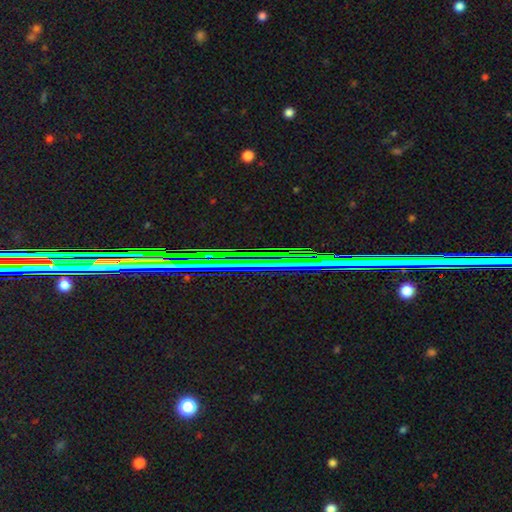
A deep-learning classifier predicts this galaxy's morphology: smooth_or_featured: star or artifact (p=0.80) [alt: featured or disk p=0.12]